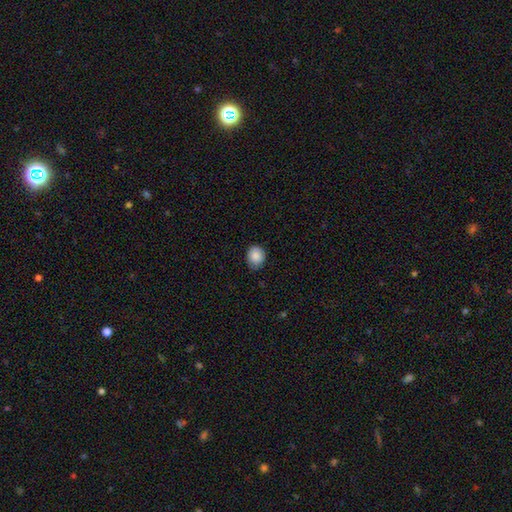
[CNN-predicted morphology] Smooth or featured?
  - smooth: 88% *
  - star or artifact: 8%
  - featured or disk: 4%
How rounded?
  - round: 66% *
  - in between: 33%
  - cigar-shaped: 1%
Merging?
  - none: 76% *
  - minor disturbance: 20%
  - major disturbance: 3%
  - merger: 1%